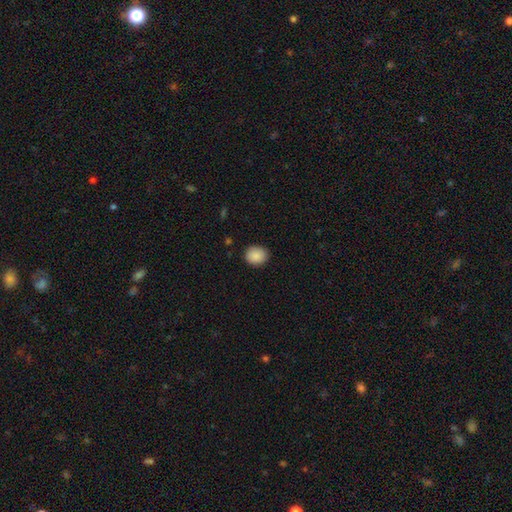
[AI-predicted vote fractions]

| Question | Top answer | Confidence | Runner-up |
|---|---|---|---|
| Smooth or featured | smooth | 89% | star or artifact (8%) |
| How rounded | round | 66% | in between (33%) |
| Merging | none | 88% | minor disturbance (9%) |